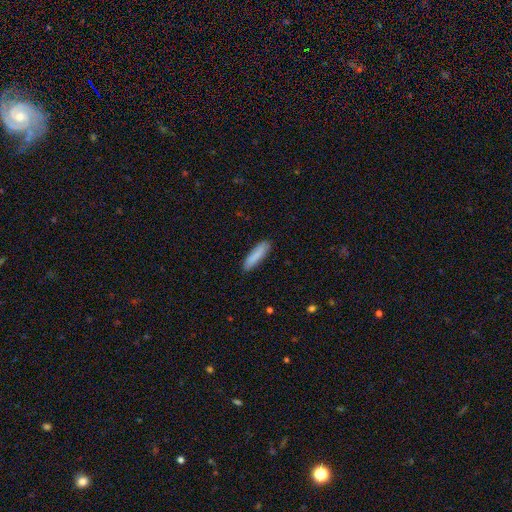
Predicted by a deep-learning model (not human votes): smooth-or-featured: smooth: 86% | featured or disk: 8% | star or artifact: 6%
  how-rounded: cigar-shaped: 78% | in between: 21% | round: 1%
  merging: none: 87% | minor disturbance: 10% | major disturbance: 2% | merger: 1%